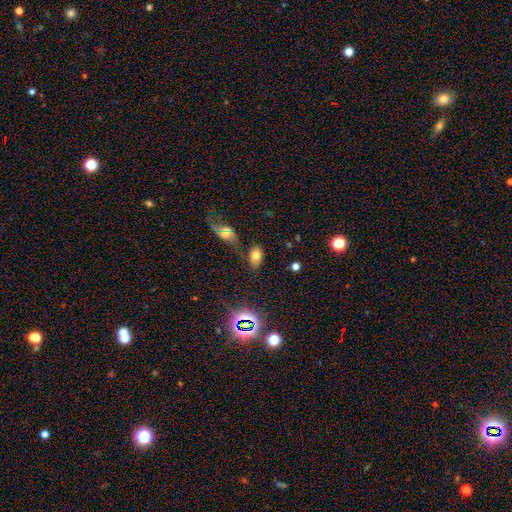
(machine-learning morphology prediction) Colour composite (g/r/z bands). It shows a smooth galaxy with no disk features (72%) that is in between round and cigar-shaped (86%). Merging: none (71%).